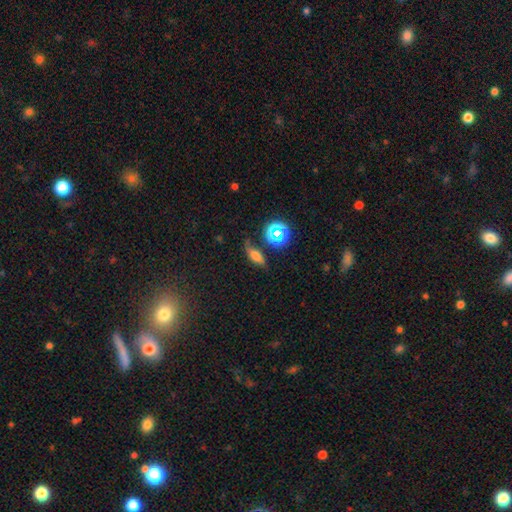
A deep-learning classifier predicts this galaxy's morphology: This is likely a smooth galaxy (61%). How rounded: likely in between (61%). Merging: likely none (64%).